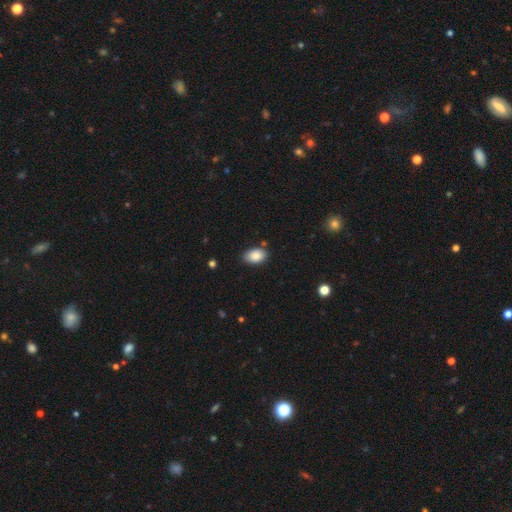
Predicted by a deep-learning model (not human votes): Smooth or featured: smooth — 87% (star or artifact — 7%)
How rounded: in between — 89% (round — 9%)
Merging: none — 80% (minor disturbance — 15%)